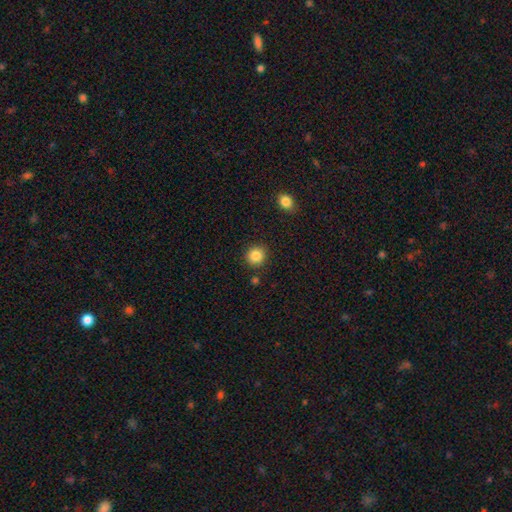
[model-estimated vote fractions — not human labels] The model was most divided on "smooth or featured": smooth: 86%, star or artifact: 10%, featured or disk: 4%. More confident: how rounded — round (89%); merging — none (88%).